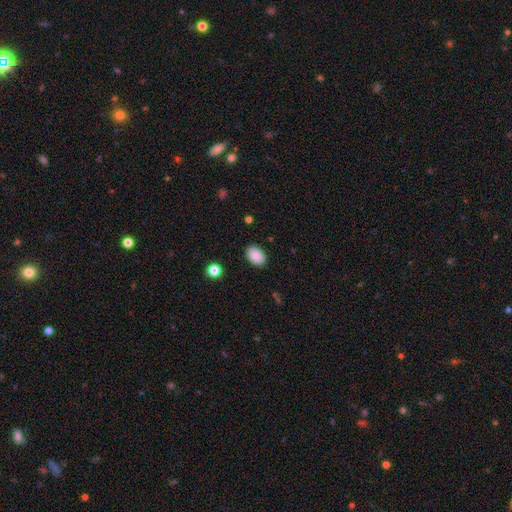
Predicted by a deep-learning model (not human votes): This is clearly a smooth galaxy (88%). How rounded: clearly in between (82%). Merging: clearly none (88%).